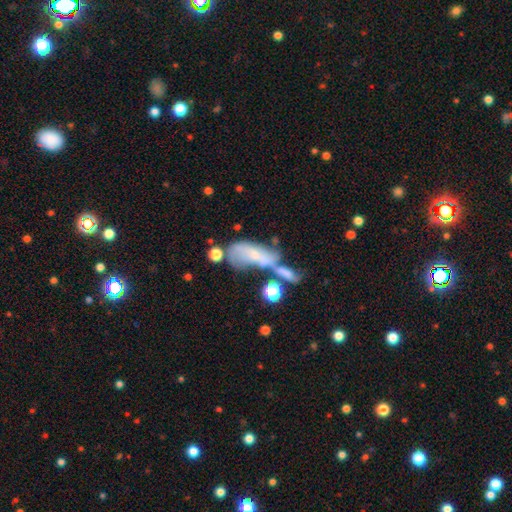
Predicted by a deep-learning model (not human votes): smooth_or_featured: featured or disk (p=0.45) [alt: smooth p=0.42]
merging: merger (p=0.37) [alt: major disturbance p=0.23]